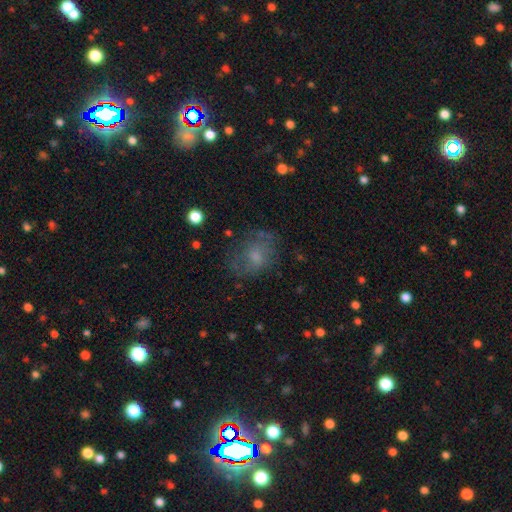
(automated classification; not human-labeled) smooth-or-featured: smooth: 53% | featured or disk: 33% | star or artifact: 14%
  how-rounded: in between: 57% | round: 42% | cigar-shaped: 1%
  merging: none: 60% | minor disturbance: 21% | major disturbance: 17% | merger: 2%